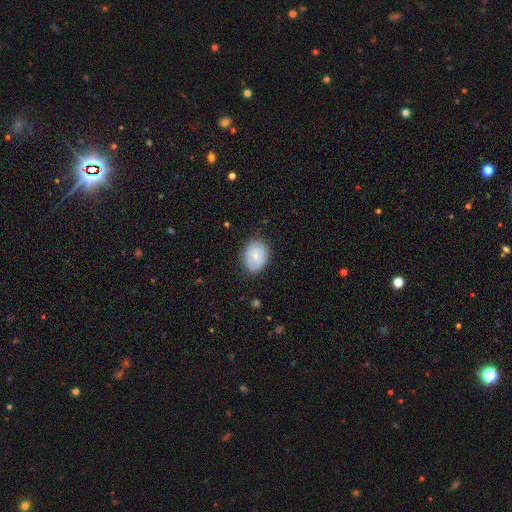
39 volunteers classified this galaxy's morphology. Smooth or featured?
  - smooth: 82% *
  - featured or disk: 15%
  - star or artifact: 3%
How rounded?
  - in between: 69% *
  - round: 31%
  - cigar-shaped: 0%
Merging?
  - none: 89% *
  - minor disturbance: 11%
  - major disturbance: 0%
  - merger: 0%